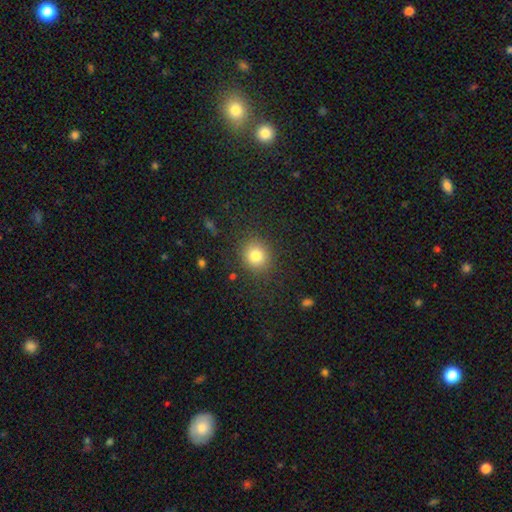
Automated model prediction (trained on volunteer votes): smooth_or_featured: smooth (p=0.81) [alt: star or artifact p=0.12]
how_rounded: round (p=0.83) [alt: in between p=0.16]
merging: none (p=0.87) [alt: minor disturbance p=0.08]